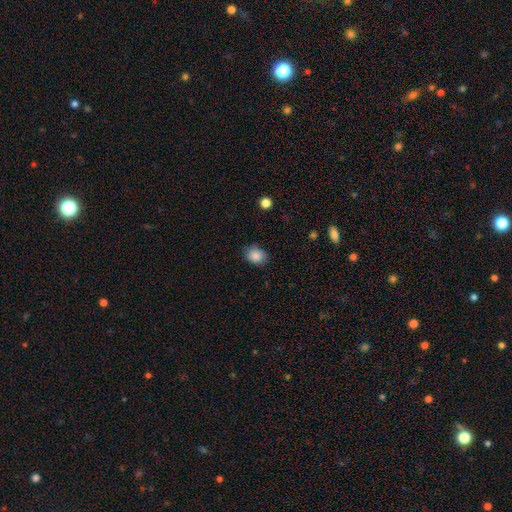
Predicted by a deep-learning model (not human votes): smooth 87%, star or artifact 9%, featured or disk 4%. Down the decision tree: how rounded — round (52%); merging — none (80%).